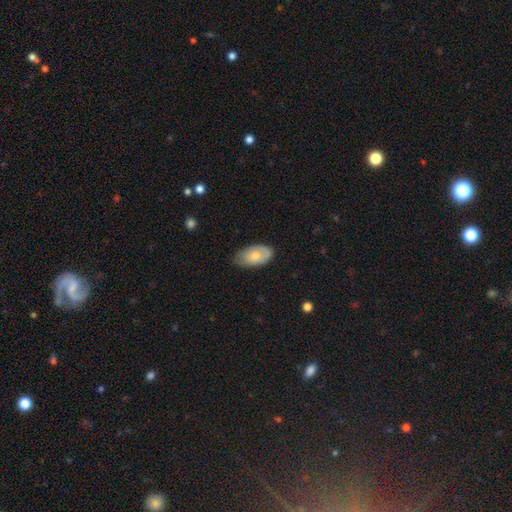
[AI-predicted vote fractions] This is likely a smooth galaxy (69%). How rounded: clearly in between (93%). Merging: possibly none (60%).